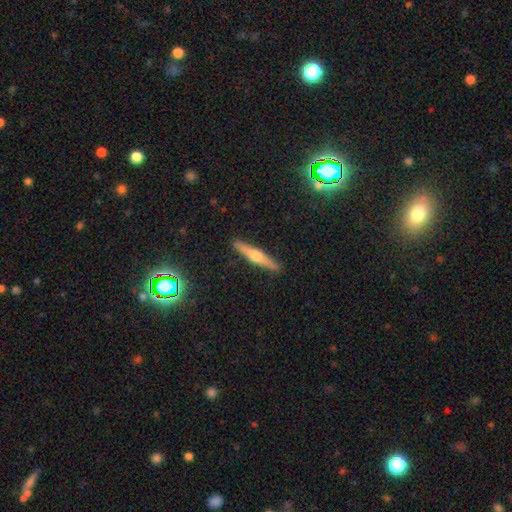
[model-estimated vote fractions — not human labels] The model was most divided on "smooth or featured": featured or disk: 64%, smooth: 30%, star or artifact: 7%. More confident: edge-on disk — yes (97%); edge-on bulge — rounded (93%); merging — none (92%).